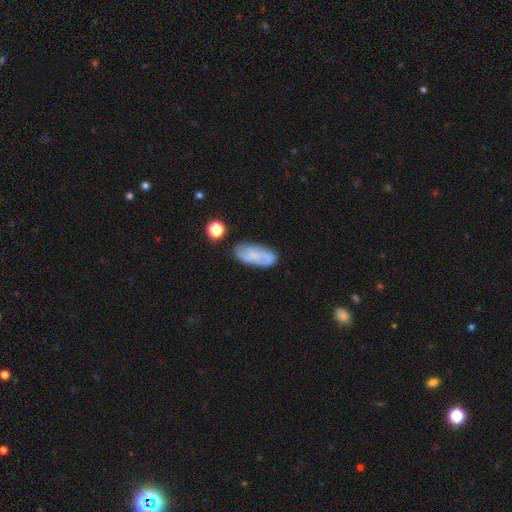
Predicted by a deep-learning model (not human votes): Morphology: type=featured or disk (46%); merging=none (73%).